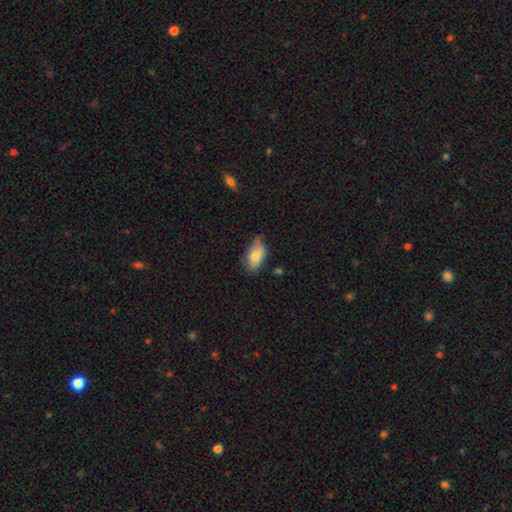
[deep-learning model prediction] smooth 80%, featured or disk 13%, star or artifact 7%. Down the decision tree: how rounded — in between (93%); merging — none (59%).